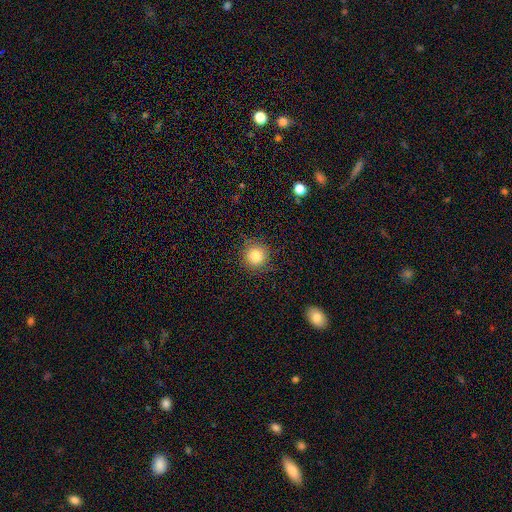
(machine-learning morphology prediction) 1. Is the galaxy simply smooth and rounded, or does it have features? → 83% smooth, 11% star or artifact, 6% featured or disk.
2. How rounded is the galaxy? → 94% round, 5% in between, 1% cigar-shaped.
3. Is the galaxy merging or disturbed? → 86% none, 10% minor disturbance, 3% major disturbance, 1% merger.